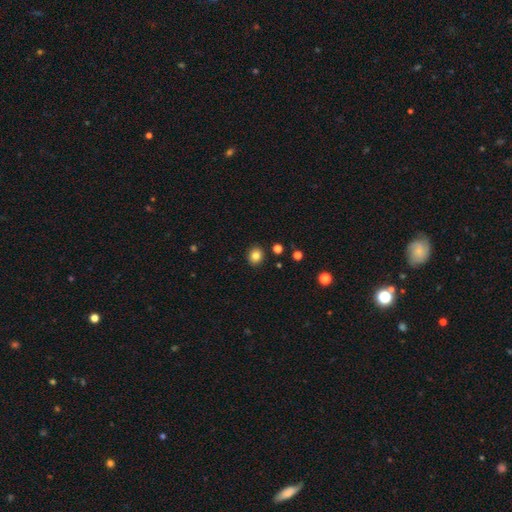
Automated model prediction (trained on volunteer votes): This appears to be a smooth galaxy with no disk features (83%) that is round (72%). Merging: none (90%).